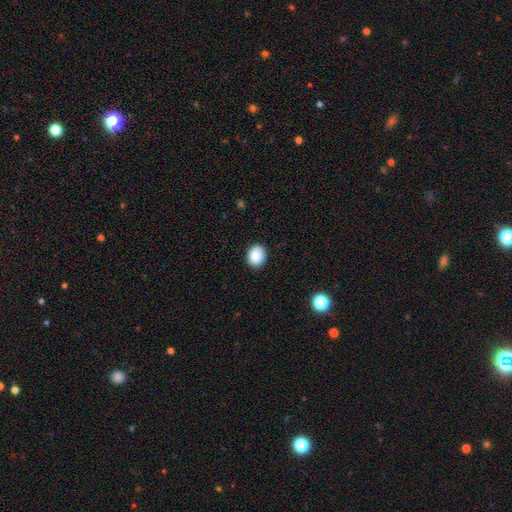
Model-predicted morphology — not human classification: A smooth galaxy with no disk features (88%) that is round (56%). Merging: none (89%).